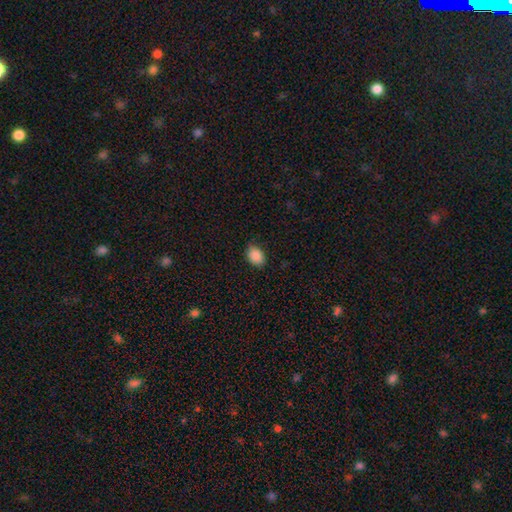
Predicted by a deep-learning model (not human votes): smooth 89%, star or artifact 8%, featured or disk 3%. Down the decision tree: how rounded — in between (79%); merging — none (84%).